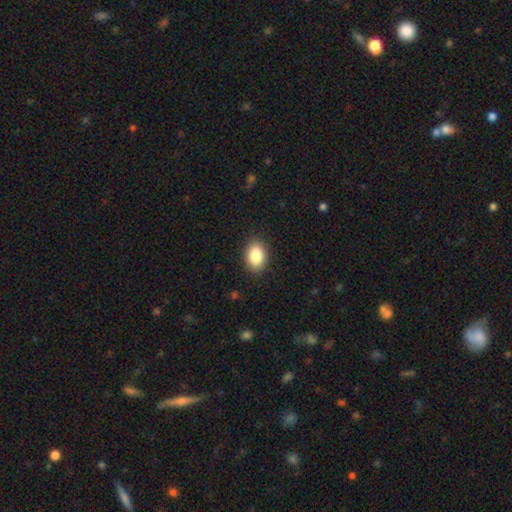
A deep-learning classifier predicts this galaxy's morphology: Q: Smooth or featured?
A: smooth (87%); runner-up: star or artifact (8%)
Q: How rounded?
A: in between (83%); runner-up: round (16%)
Q: Merging?
A: none (88%); runner-up: minor disturbance (9%)